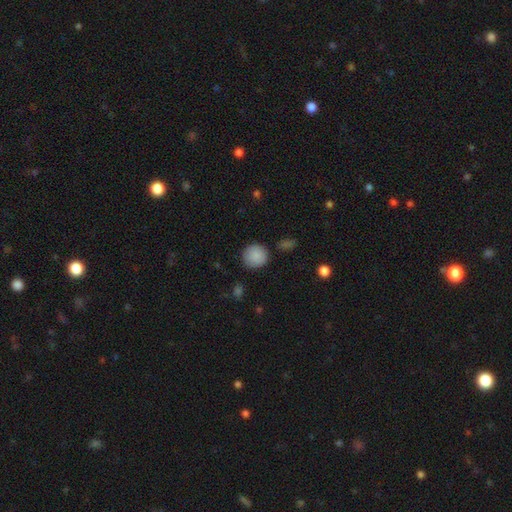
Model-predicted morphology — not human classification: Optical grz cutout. It shows a smooth galaxy with no disk features (87%) that is round (93%). Merging: none (84%).